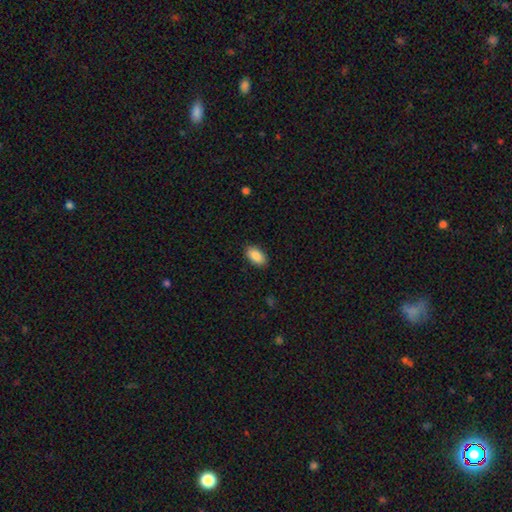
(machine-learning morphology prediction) A smooth galaxy with no disk features (89%) that is in between round and cigar-shaped (94%). Merging: none (89%).